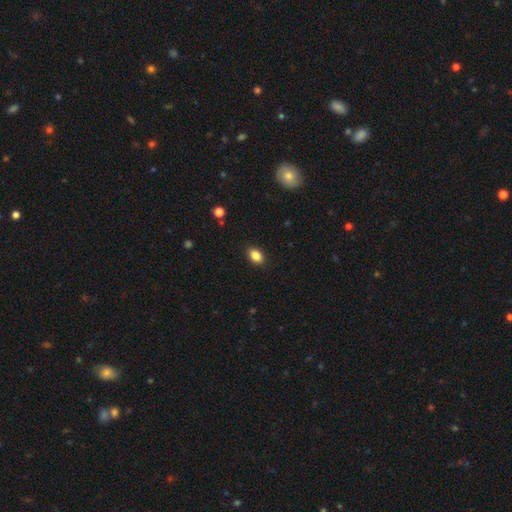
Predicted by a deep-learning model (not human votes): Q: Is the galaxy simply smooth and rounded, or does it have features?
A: smooth — 86%.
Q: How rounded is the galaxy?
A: in between — 80%.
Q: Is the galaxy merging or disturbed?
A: none — 89%.